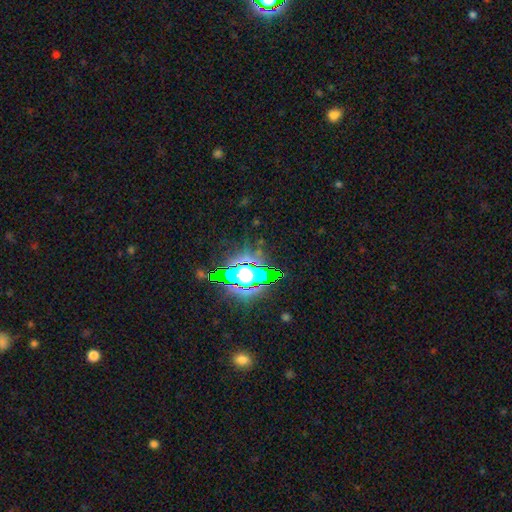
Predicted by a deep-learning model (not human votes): A star or artifact, not a galaxy (71%).